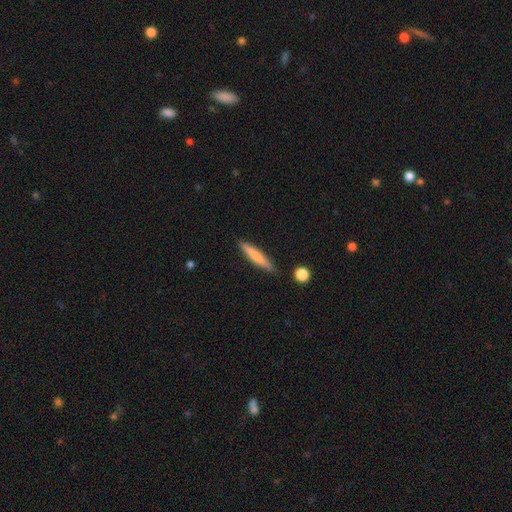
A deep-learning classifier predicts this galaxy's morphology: A smooth galaxy with no disk features (70%) that is cigar-shaped (93%).

Vote fractions:
- Smooth or featured? smooth: 70% / featured or disk: 24% / star or artifact: 6%
- How rounded? cigar-shaped: 93% / in between: 6% / round: 1%
- Merging? none: 86% / minor disturbance: 10% / merger: 2% / major disturbance: 2%